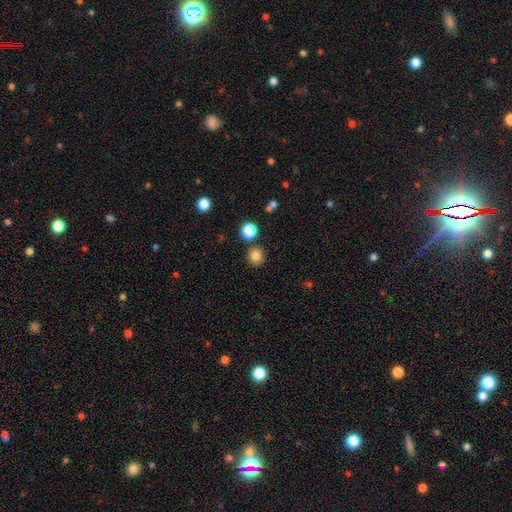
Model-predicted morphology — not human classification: Q: Smooth or featured?
A: smooth (82%); runner-up: star or artifact (12%)
Q: How rounded?
A: round (91%); runner-up: in between (8%)
Q: Merging?
A: none (84%); runner-up: minor disturbance (7%)